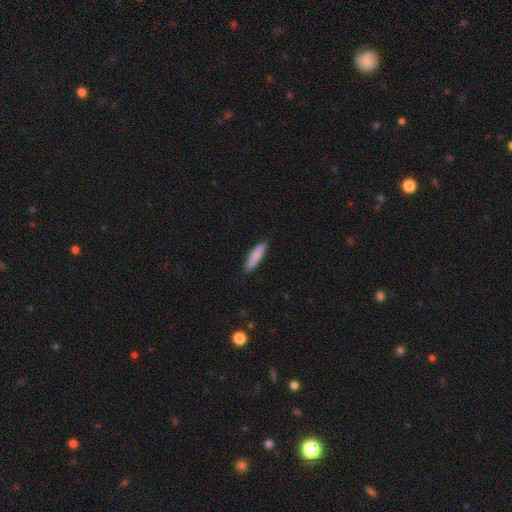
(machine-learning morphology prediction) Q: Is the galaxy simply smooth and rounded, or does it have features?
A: smooth — 84%.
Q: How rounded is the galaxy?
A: cigar-shaped — 75%.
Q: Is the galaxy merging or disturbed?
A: none — 87%.